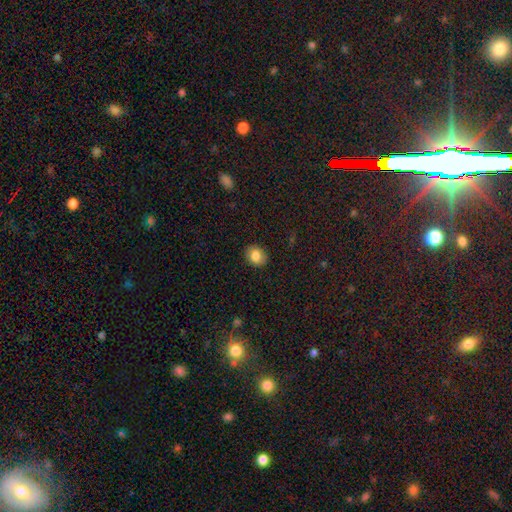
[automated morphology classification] smooth_or_featured: smooth (p=0.83) [alt: star or artifact p=0.09]
how_rounded: round (p=0.56) [alt: in between p=0.43]
merging: none (p=0.89) [alt: minor disturbance p=0.08]